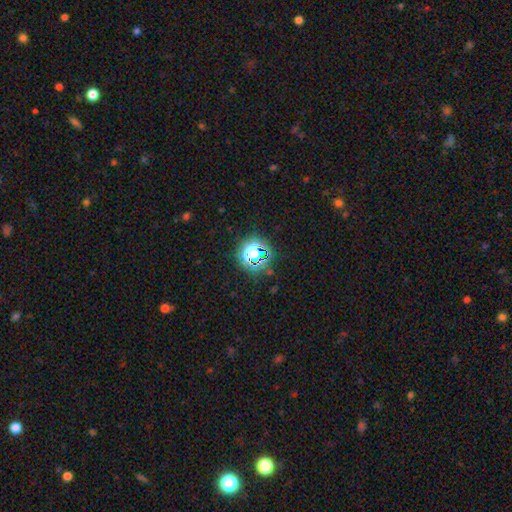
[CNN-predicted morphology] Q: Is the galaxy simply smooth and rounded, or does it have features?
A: star or artifact — 61%.